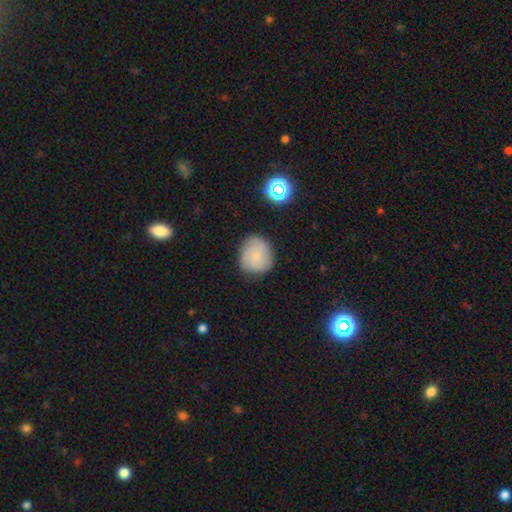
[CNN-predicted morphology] The model was most divided on "smooth or featured": smooth: 69%, featured or disk: 20%, star or artifact: 11%. More confident: how rounded — round (81%); merging — none (76%).